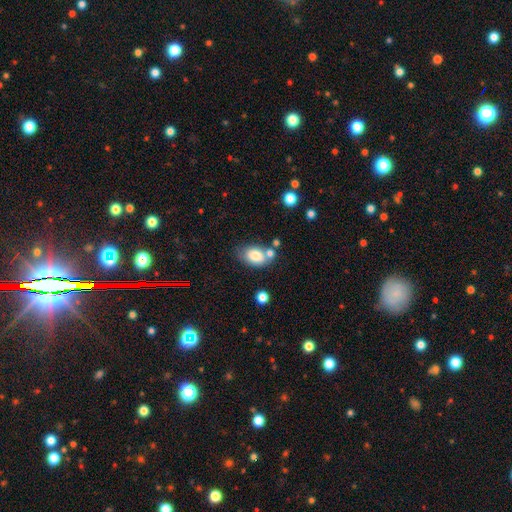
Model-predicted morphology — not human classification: Q: Smooth or featured?
A: smooth (81%); runner-up: featured or disk (11%)
Q: How rounded?
A: in between (85%); runner-up: round (14%)
Q: Merging?
A: none (54%); runner-up: merger (21%)